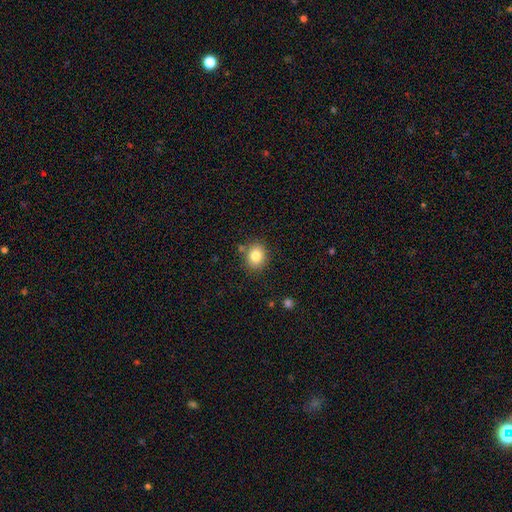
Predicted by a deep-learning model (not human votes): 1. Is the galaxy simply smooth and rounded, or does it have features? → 83% smooth, 10% star or artifact, 7% featured or disk.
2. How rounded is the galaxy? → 64% round, 36% in between, 1% cigar-shaped.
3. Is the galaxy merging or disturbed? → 83% none, 10% minor disturbance, 4% merger, 3% major disturbance.